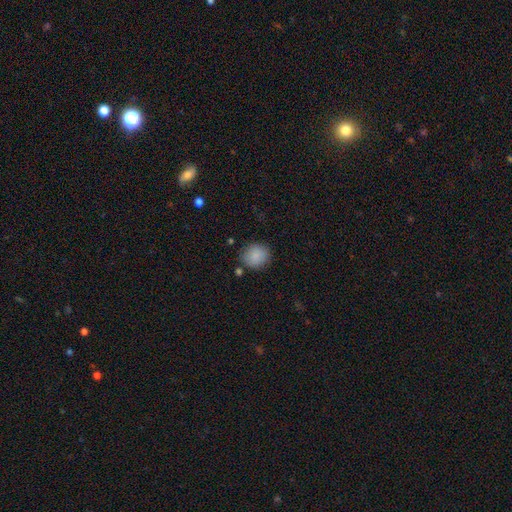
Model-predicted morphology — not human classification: smooth 88%, star or artifact 8%, featured or disk 5%. Down the decision tree: how rounded — round (81%); merging — none (80%).